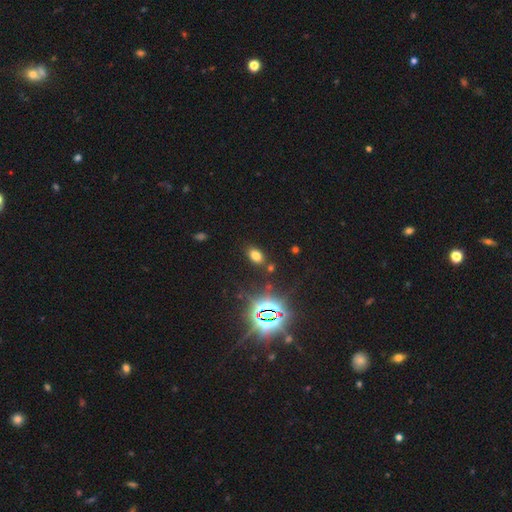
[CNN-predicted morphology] Smooth or featured?
  - smooth: 67% *
  - star or artifact: 26%
  - featured or disk: 7%
How rounded?
  - in between: 86% *
  - round: 11%
  - cigar-shaped: 2%
Merging?
  - none: 83% *
  - minor disturbance: 9%
  - merger: 4%
  - major disturbance: 3%